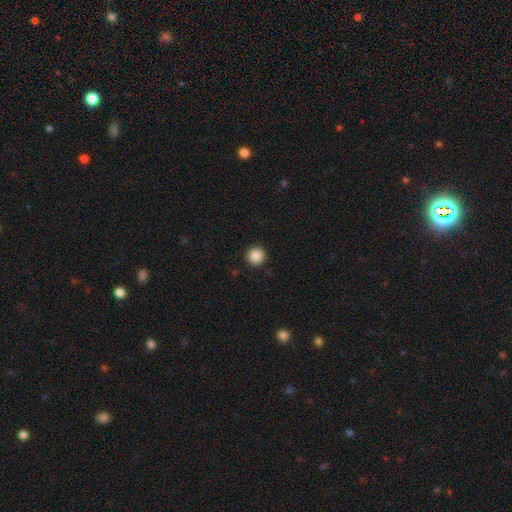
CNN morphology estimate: type=smooth (87%); roundness=round (96%); merging=none (93%).